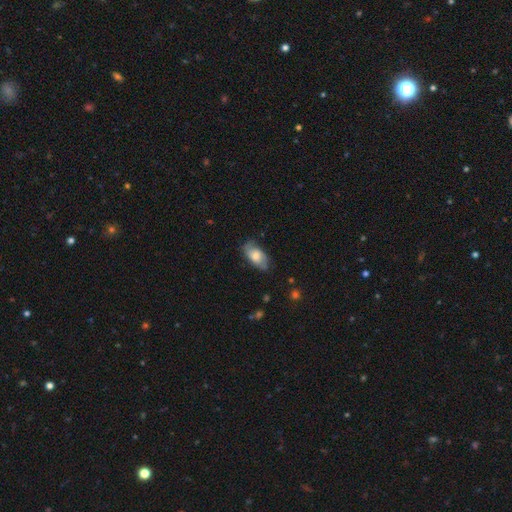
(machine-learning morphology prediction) type=smooth (55%); roundness=in between (91%); merging=none (70%).